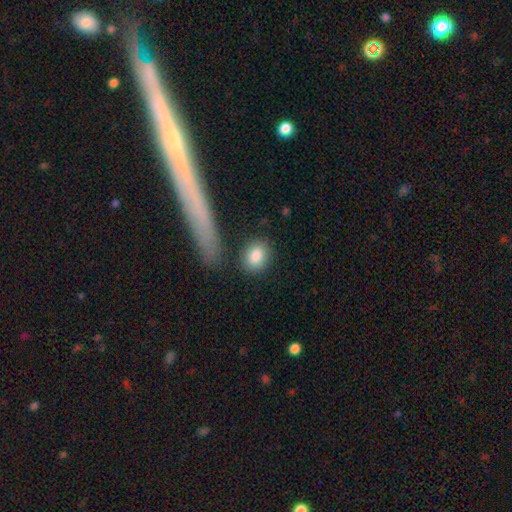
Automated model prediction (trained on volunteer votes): Smooth or featured? smooth (86%)
How rounded? round (52%)
Merging? none (82%)